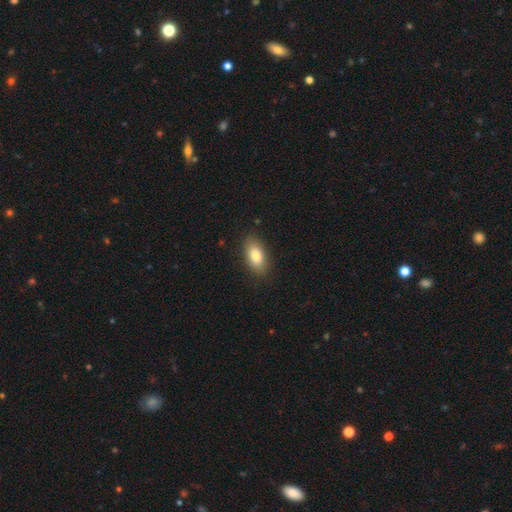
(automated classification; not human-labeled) smooth 83%, featured or disk 10%, star or artifact 7%. Down the decision tree: how rounded — in between (90%); merging — none (86%).